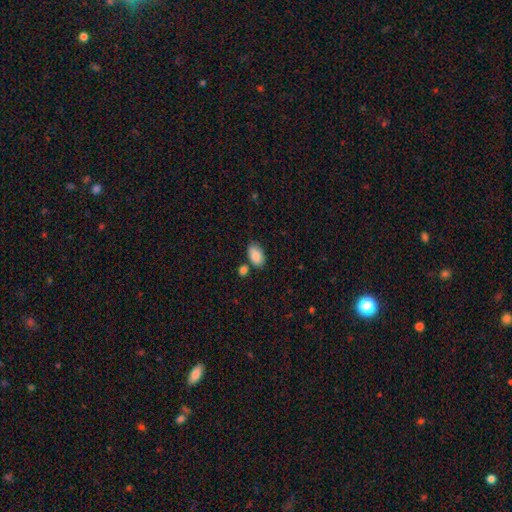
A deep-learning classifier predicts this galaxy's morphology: type=smooth (88%); roundness=in between (91%); merging=none (69%).